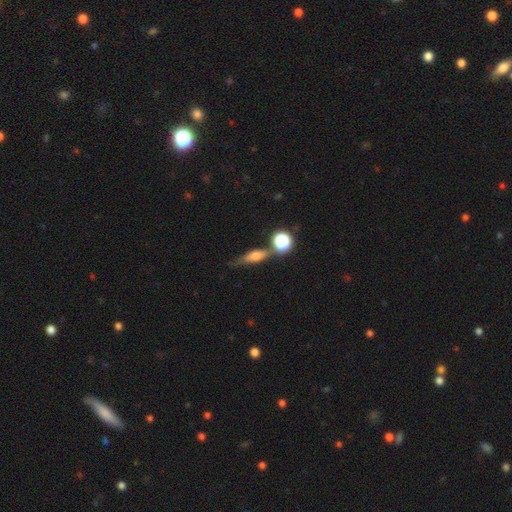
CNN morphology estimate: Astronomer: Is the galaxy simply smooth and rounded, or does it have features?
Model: smooth — 49% (runner-up: featured or disk, 37%).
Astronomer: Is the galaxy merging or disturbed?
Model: none — 57%.